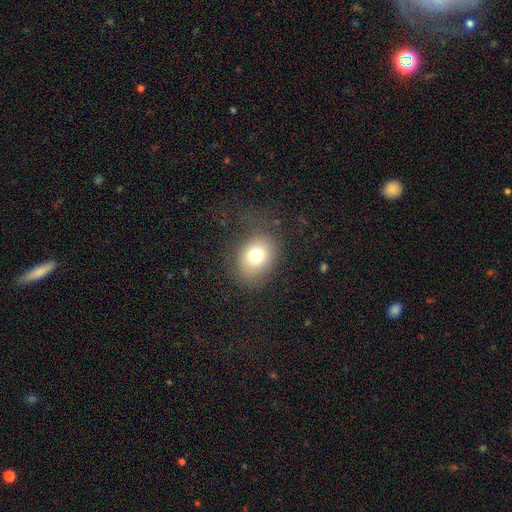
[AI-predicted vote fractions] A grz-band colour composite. It shows a smooth galaxy with no disk features (74%) that is in between round and cigar-shaped (51%). Merging: none (71%).